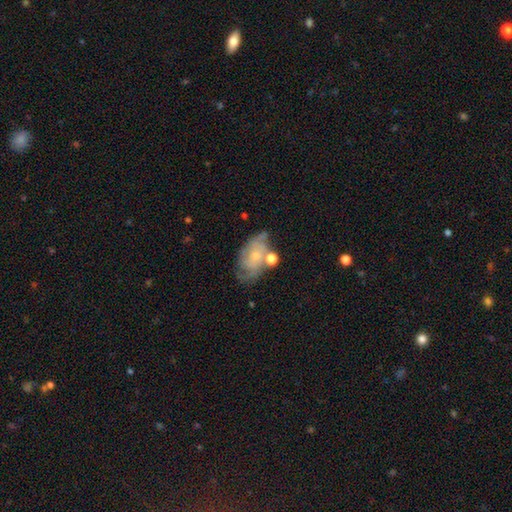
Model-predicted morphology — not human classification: smooth-or-featured: featured or disk: 62% | smooth: 30% | star or artifact: 8%
  disk-edge-on: no: 96% | yes: 4%
    bar: no: 78% | weak: 19% | strong: 3%
    has-spiral-arms: yes: 79% | no: 21%
    bulge-size: small: 68% | moderate: 21% | none: 8% | large: 2% | dominant: 1%
  merging: none: 49% | minor disturbance: 25% | major disturbance: 13% | merger: 13%